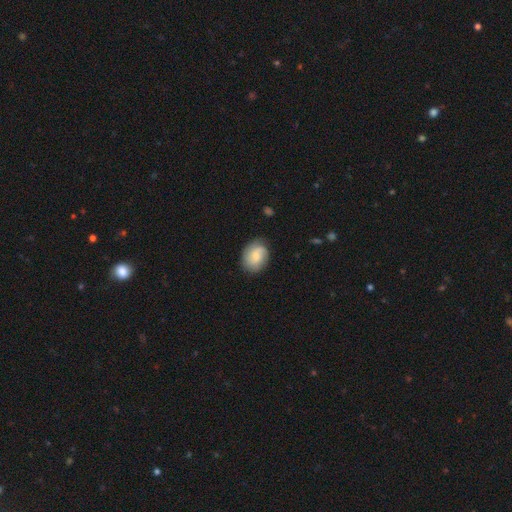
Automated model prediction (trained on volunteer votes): Q: Smooth or featured?
A: smooth (57%); runner-up: featured or disk (36%)
Q: How rounded?
A: in between (56%); runner-up: round (43%)
Q: Merging?
A: none (77%); runner-up: minor disturbance (18%)